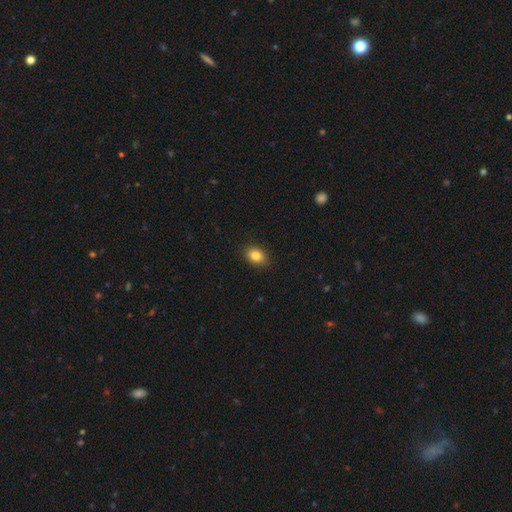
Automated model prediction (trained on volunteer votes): Overall: smooth (85%). How rounded: in between (75%). Merging: none (89%).